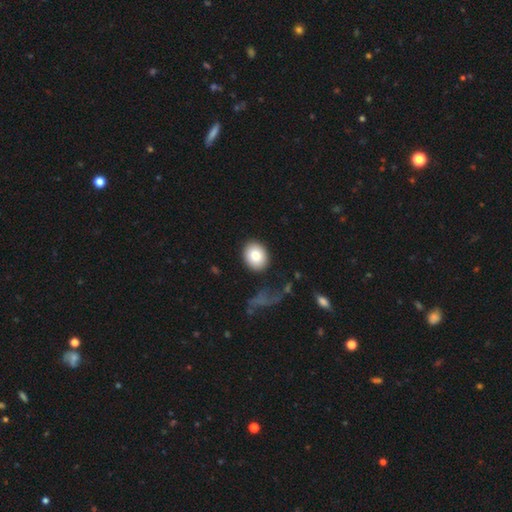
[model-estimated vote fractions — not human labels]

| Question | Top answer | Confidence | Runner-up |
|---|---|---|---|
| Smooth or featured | smooth | 81% | featured or disk (11%) |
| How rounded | round | 57% | in between (42%) |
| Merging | none | 87% | minor disturbance (8%) |